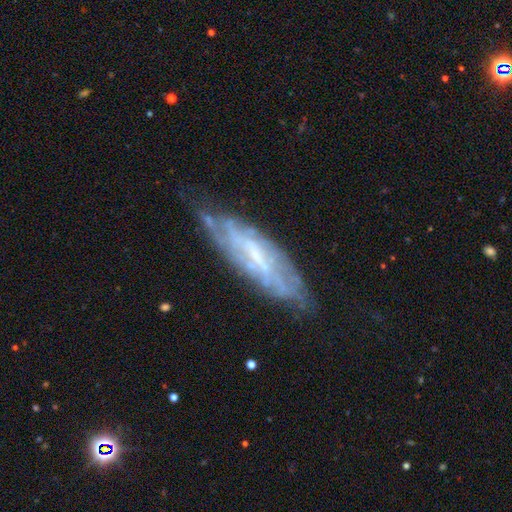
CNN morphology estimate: Smooth or featured? Predicted: featured or disk (p=0.73). Edge-on disk? Predicted: no (p=0.64). Merging? Predicted: none (p=0.63).